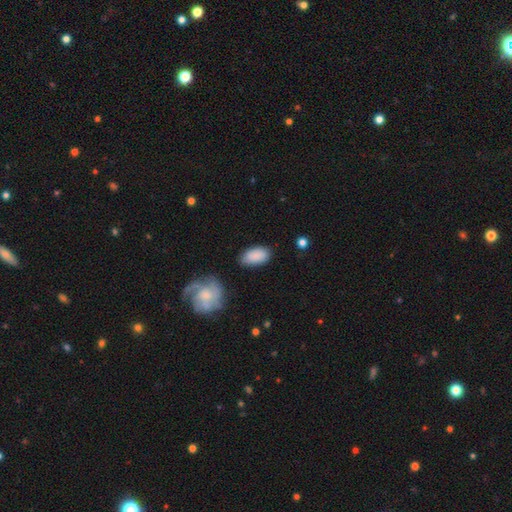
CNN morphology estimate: Q: Smooth or featured?
A: smooth (86%); runner-up: featured or disk (7%)
Q: How rounded?
A: in between (94%); runner-up: round (4%)
Q: Merging?
A: none (77%); runner-up: minor disturbance (16%)